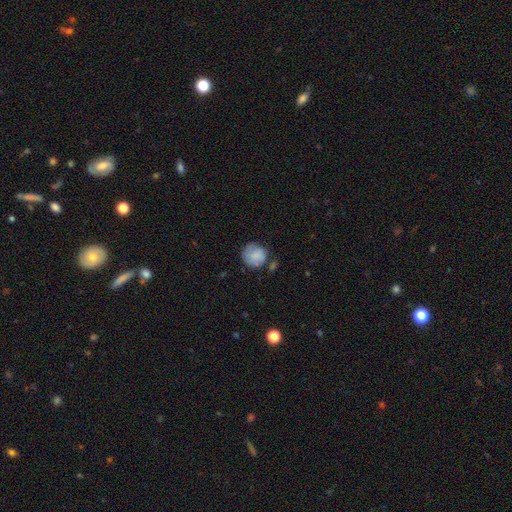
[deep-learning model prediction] smooth 73%, featured or disk 19%, star or artifact 8%. Down the decision tree: how rounded — round (85%); merging — none (57%).